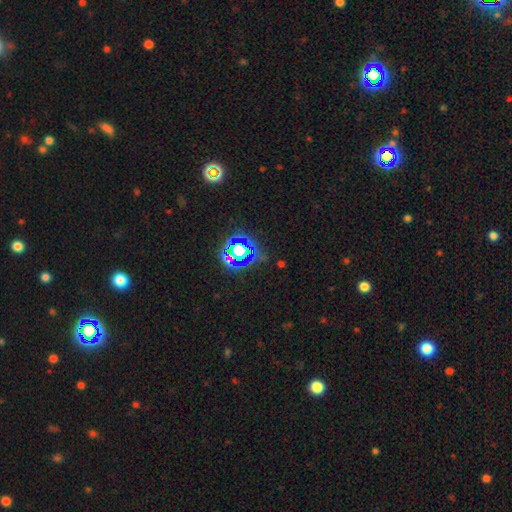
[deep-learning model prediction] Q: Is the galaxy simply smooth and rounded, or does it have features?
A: star or artifact — 79%.